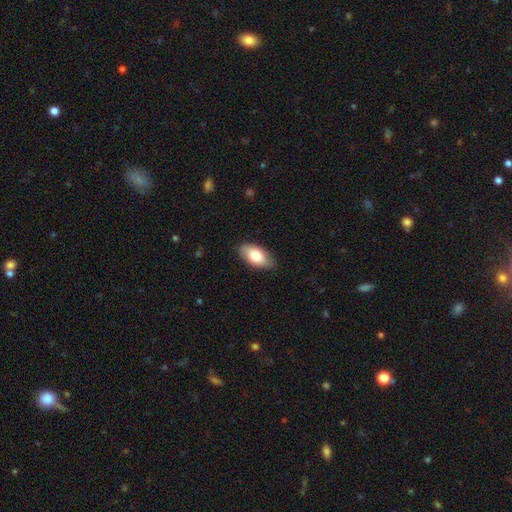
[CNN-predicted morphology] Smooth or featured? Predicted: smooth (p=0.80). How rounded? Predicted: in between (p=0.94). Merging? Predicted: none (p=0.84).